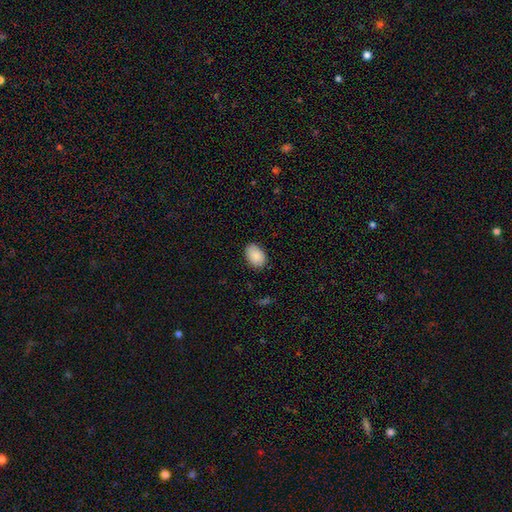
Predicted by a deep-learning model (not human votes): Q: Smooth or featured?
A: smooth (89%); runner-up: star or artifact (7%)
Q: How rounded?
A: in between (81%); runner-up: round (18%)
Q: Merging?
A: none (82%); runner-up: minor disturbance (14%)